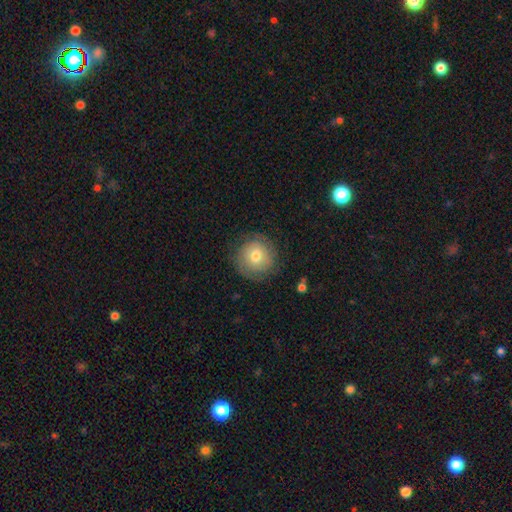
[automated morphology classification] Smooth or featured? smooth (60%)
How rounded? round (92%)
Merging? none (79%)